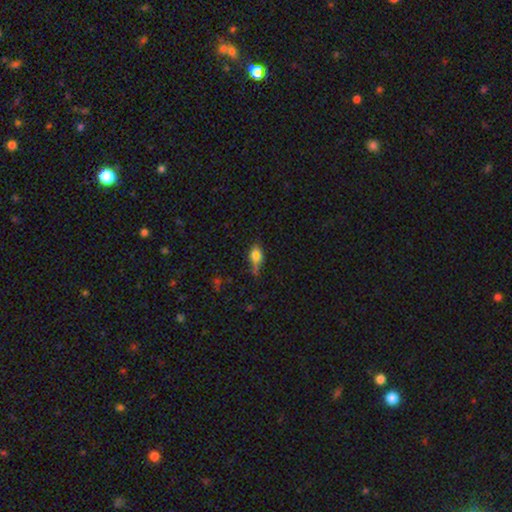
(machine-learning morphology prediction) Smooth or featured? smooth (75%)
How rounded? in between (78%)
Merging? none (41%)